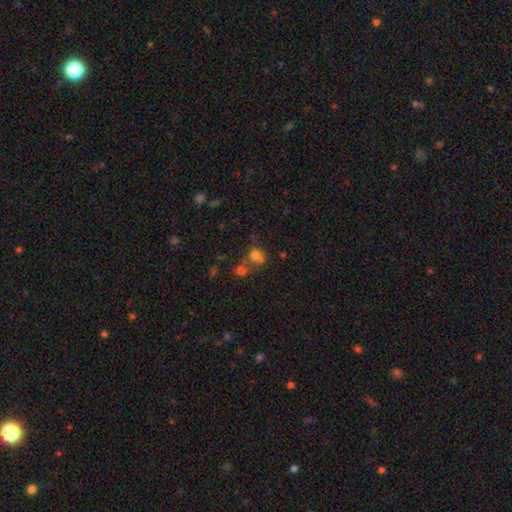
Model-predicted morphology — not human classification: type=smooth (70%); roundness=round (71%); merging=none (41%).